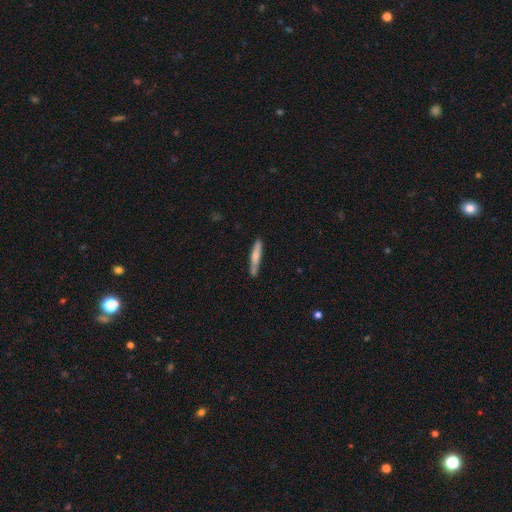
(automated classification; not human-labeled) The model was most divided on "smooth or featured": smooth: 69%, featured or disk: 25%, star or artifact: 6%. More confident: how rounded — cigar-shaped (91%); merging — none (75%).